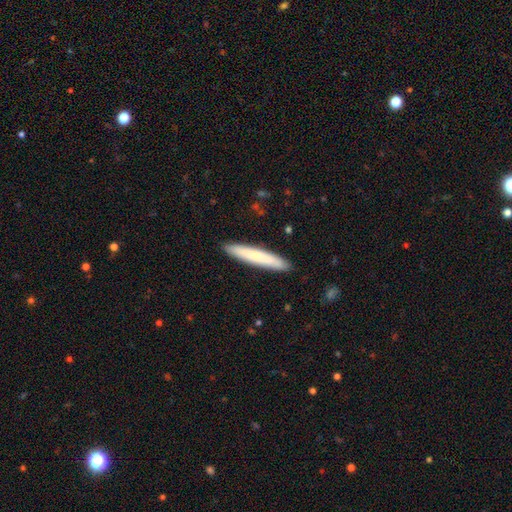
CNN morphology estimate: smooth 74%, featured or disk 20%, star or artifact 6%. Down the decision tree: how rounded — cigar-shaped (94%); merging — none (91%).